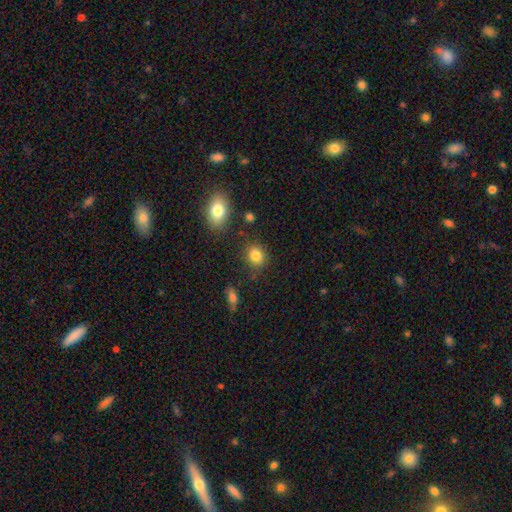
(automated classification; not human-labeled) Smooth or featured: smooth — 84% (star or artifact — 10%)
How rounded: round — 69% (in between — 30%)
Merging: none — 83% (minor disturbance — 11%)